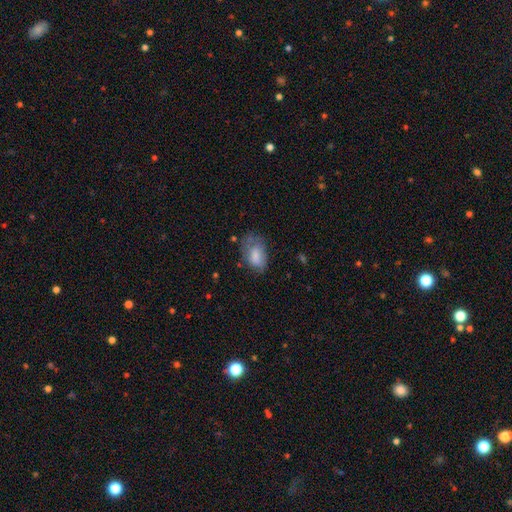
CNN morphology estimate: A smooth galaxy with no disk features (72%) that is in between round and cigar-shaped (90%). Merging: none (48%).